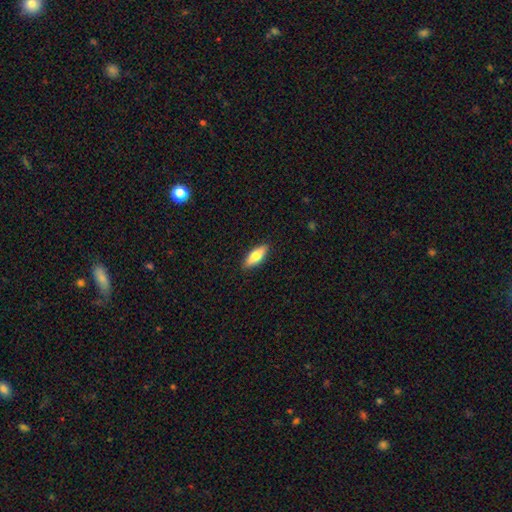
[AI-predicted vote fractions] The model was most divided on "how rounded": in between: 66%, cigar-shaped: 32%, round: 2%. More confident: merging — none (89%); smooth or featured — smooth (73%).